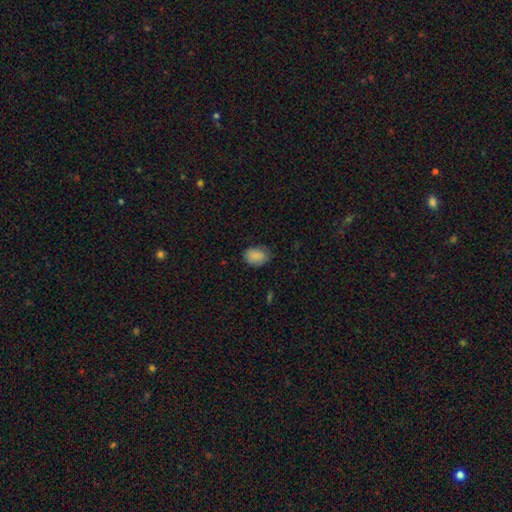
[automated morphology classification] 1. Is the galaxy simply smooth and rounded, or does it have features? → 87% smooth, 8% star or artifact, 5% featured or disk.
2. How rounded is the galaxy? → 71% in between, 28% round, 1% cigar-shaped.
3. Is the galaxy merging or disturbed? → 74% none, 21% minor disturbance, 4% major disturbance, 1% merger.